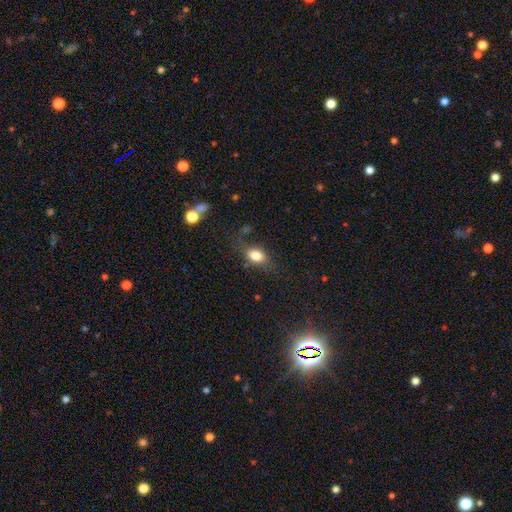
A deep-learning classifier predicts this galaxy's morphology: Smooth or featured? Predicted: smooth (p=0.80). How rounded? Predicted: in between (p=0.75). Merging? Predicted: none (p=0.69).